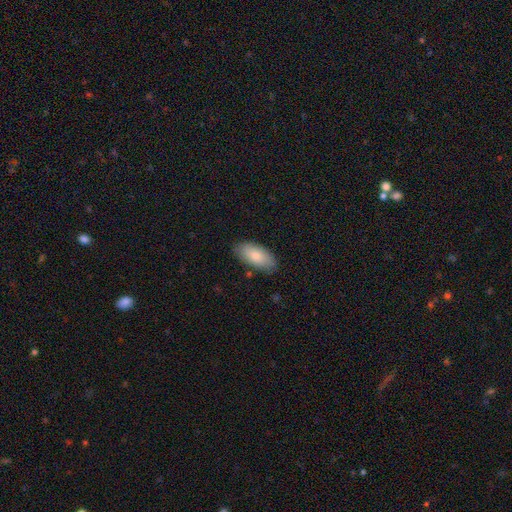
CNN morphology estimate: Overall: smooth (81%). How rounded: in between (92%). Merging: none (83%).